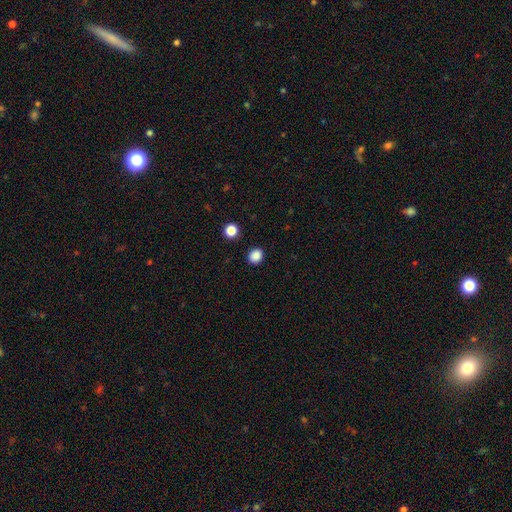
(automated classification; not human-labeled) smooth 87%, star or artifact 11%, featured or disk 3%. Down the decision tree: how rounded — round (74%); merging — none (91%).